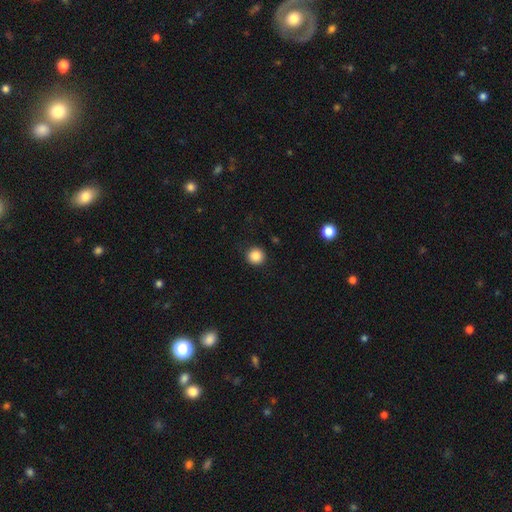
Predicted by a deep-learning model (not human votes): The model was most divided on "smooth or featured": smooth: 87%, star or artifact: 10%, featured or disk: 3%. More confident: how rounded — round (94%); merging — none (92%).